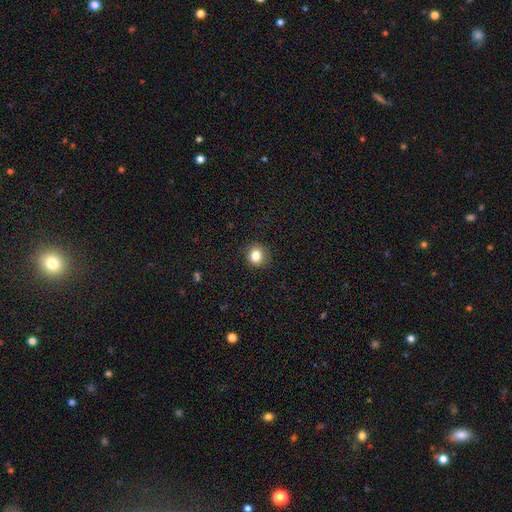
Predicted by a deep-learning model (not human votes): A smooth galaxy with no disk features (83%) that is round (86%). Merging: none (88%).